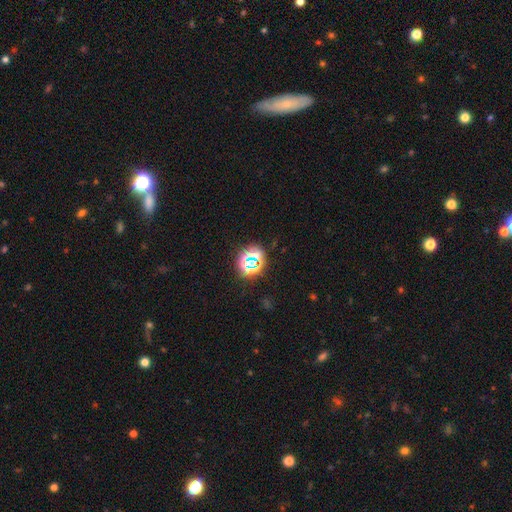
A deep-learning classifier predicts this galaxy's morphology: smooth-or-featured: star or artifact: 63% | smooth: 26% | featured or disk: 10%